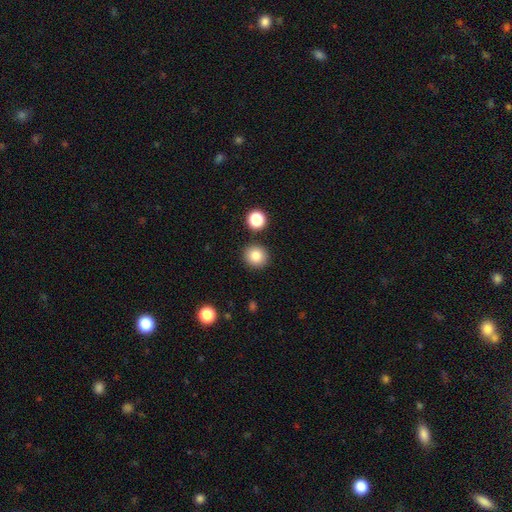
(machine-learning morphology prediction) smooth-or-featured: smooth: 83% | star or artifact: 11% | featured or disk: 6%
  how-rounded: round: 89% | in between: 10% | cigar-shaped: 1%
  merging: none: 88% | minor disturbance: 6% | merger: 3% | major disturbance: 2%